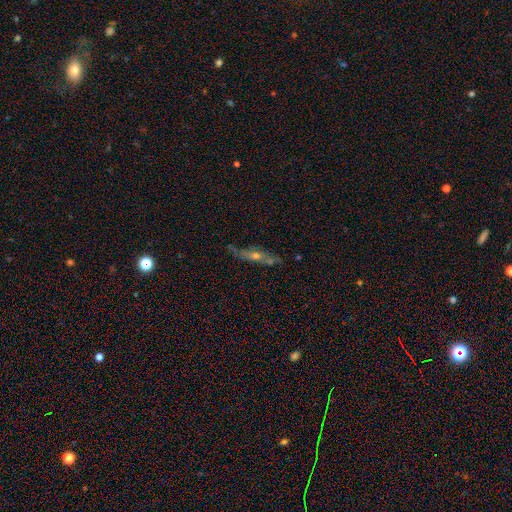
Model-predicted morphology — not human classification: smooth-or-featured: featured or disk: 60% | smooth: 31% | star or artifact: 9%
  disk-edge-on: yes: 69% | no: 31%
  merging: none: 62% | minor disturbance: 23% | merger: 8% | major disturbance: 7%